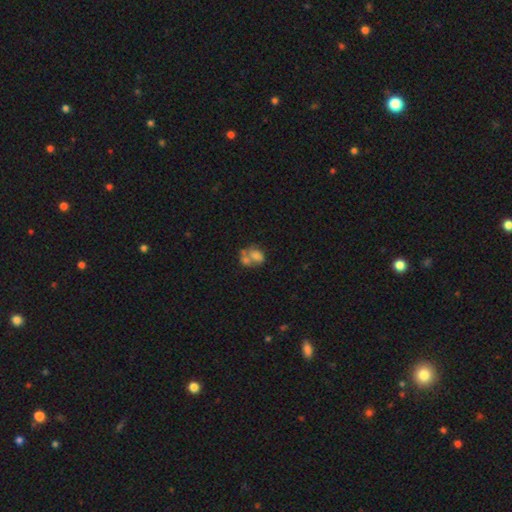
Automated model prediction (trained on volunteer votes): This appears to be a smooth galaxy with no disk features (63%) that is in between round and cigar-shaped (70%). Merging: merger (60%).